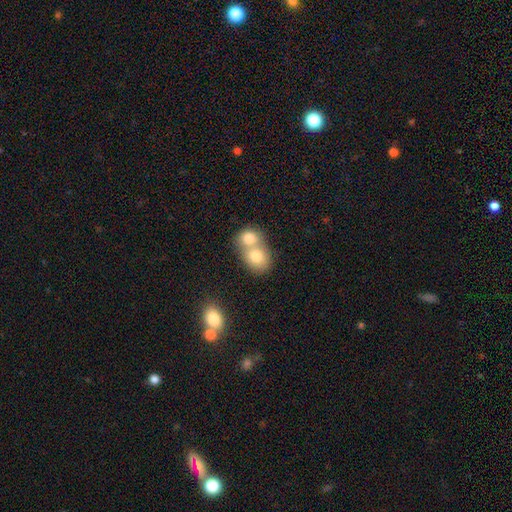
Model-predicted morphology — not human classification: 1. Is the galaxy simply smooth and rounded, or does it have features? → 77% smooth, 15% featured or disk, 8% star or artifact.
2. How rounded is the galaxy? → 56% round, 43% in between, 1% cigar-shaped.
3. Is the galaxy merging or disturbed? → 69% merger, 24% none, 5% minor disturbance, 2% major disturbance.